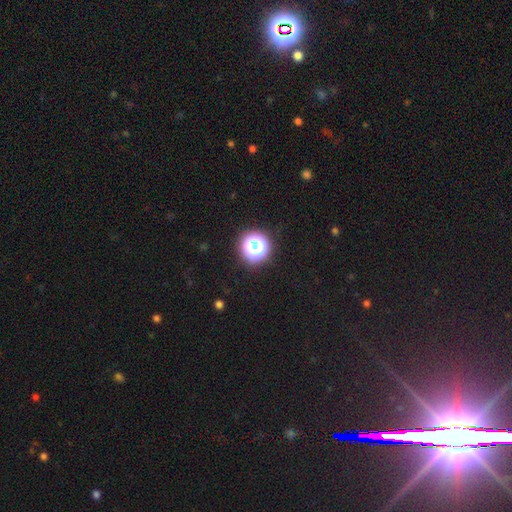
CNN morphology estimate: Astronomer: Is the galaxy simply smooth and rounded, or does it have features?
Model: star or artifact — 75%.